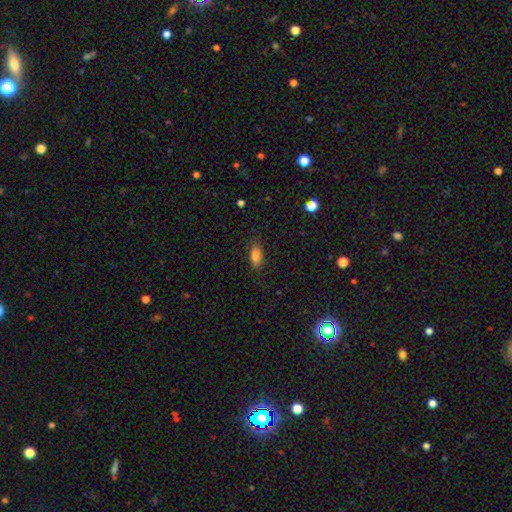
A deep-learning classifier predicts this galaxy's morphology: The model was most divided on "merging": none: 81%, minor disturbance: 14%, major disturbance: 4%, merger: 1%. More confident: how rounded — in between (84%); smooth or featured — smooth (83%).